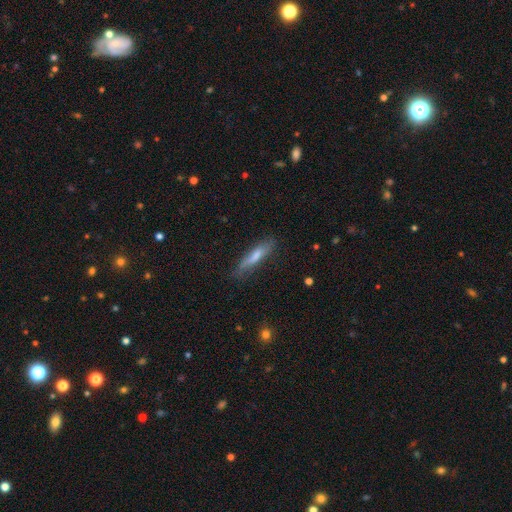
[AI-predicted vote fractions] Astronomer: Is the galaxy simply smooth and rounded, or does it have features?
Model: smooth — 57% (runner-up: featured or disk, 35%).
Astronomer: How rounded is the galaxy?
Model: cigar-shaped — 84%.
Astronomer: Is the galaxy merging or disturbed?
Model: none — 76%.